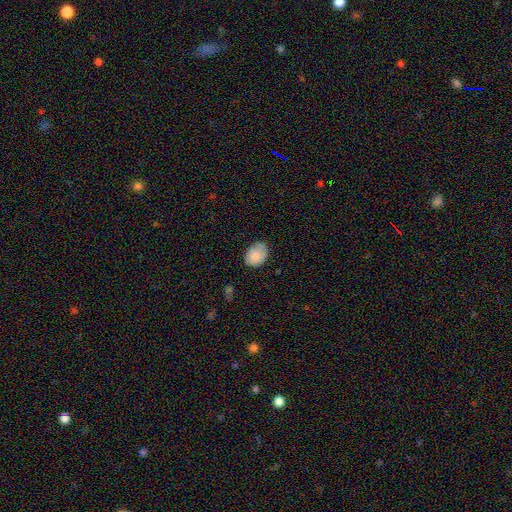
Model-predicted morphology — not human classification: The model was most divided on "how rounded": in between: 68%, round: 31%, cigar-shaped: 1%. More confident: smooth or featured — smooth (83%); merging — none (67%).